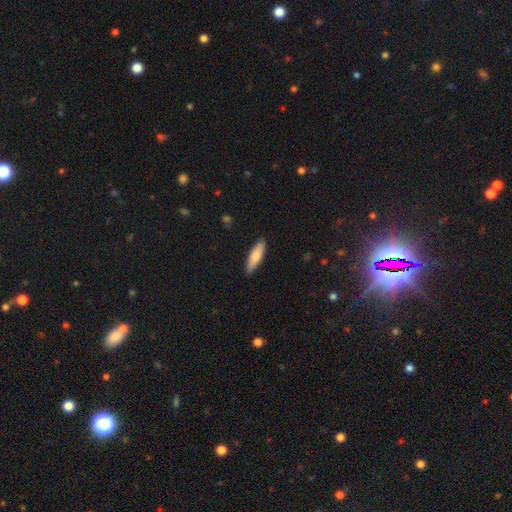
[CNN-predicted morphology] Smooth or featured?
  - smooth: 79% *
  - featured or disk: 16%
  - star or artifact: 5%
How rounded?
  - cigar-shaped: 65% *
  - in between: 33%
  - round: 1%
Merging?
  - none: 89% *
  - minor disturbance: 9%
  - major disturbance: 2%
  - merger: 1%